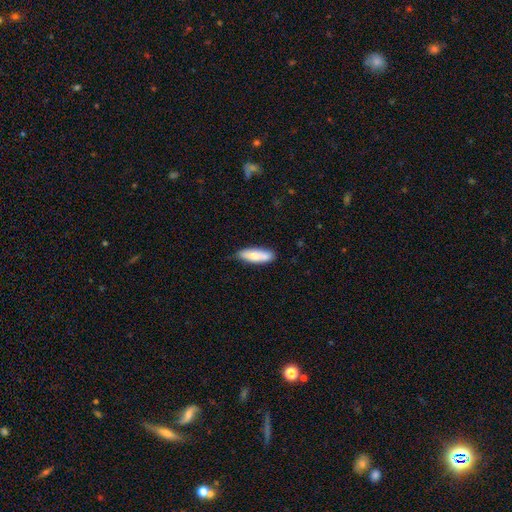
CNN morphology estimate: Smooth or featured? Predicted: smooth (p=0.78). How rounded? Predicted: in between (p=0.55). Merging? Predicted: none (p=0.74).